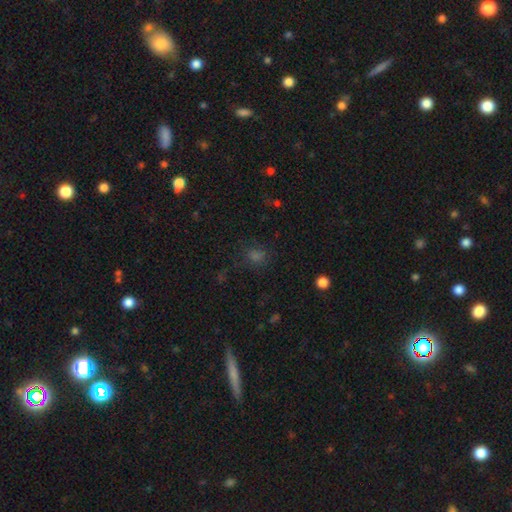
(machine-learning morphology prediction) Smooth or featured?
  - smooth: 54% *
  - star or artifact: 36%
  - featured or disk: 10%
How rounded?
  - round: 68% *
  - in between: 30%
  - cigar-shaped: 2%
Merging?
  - none: 77% *
  - minor disturbance: 14%
  - major disturbance: 7%
  - merger: 2%